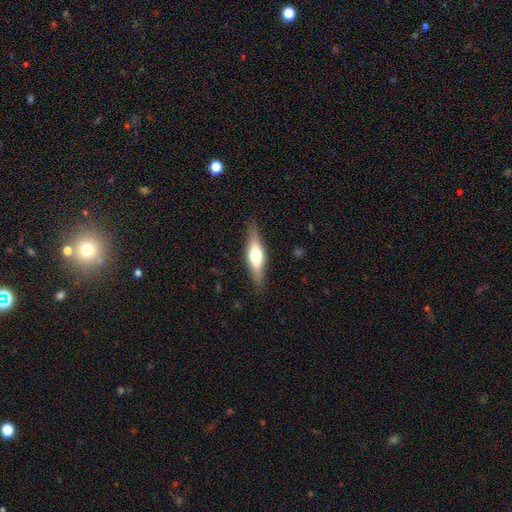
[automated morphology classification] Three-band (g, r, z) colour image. It shows a featured or disk galaxy (48%). Merging: none (85%).